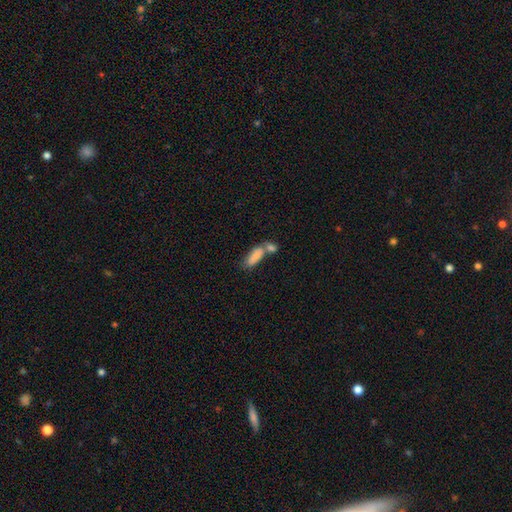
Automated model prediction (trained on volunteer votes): Overall: smooth (82%). How rounded: in between (75%). Merging: merger (55%; none 28%).